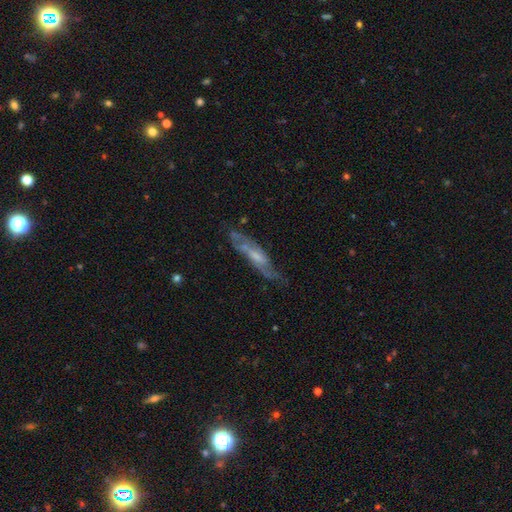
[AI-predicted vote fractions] The model was most divided on "edge-on disk": no: 63%, yes: 37%. More confident: smooth or featured — featured or disk (69%); merging — none (62%).